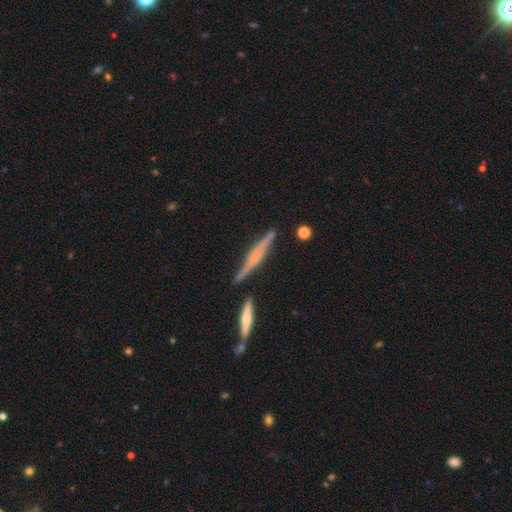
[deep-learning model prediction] Morphology: type=featured or disk (68%); edge-on=yes (96%); edge-on bulge=rounded (49%); merging=none (77%).